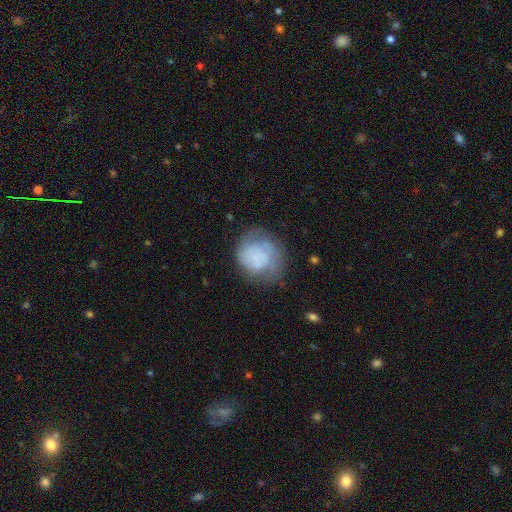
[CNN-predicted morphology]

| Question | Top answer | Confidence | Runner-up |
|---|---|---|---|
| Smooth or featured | smooth | 53% | featured or disk (38%) |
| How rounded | round | 76% | in between (23%) |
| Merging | none | 50% | minor disturbance (27%) |